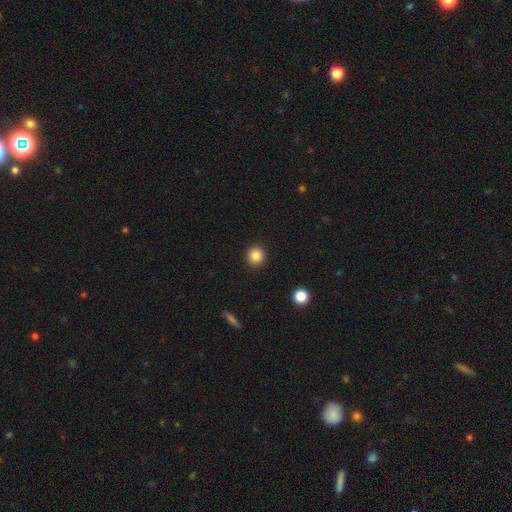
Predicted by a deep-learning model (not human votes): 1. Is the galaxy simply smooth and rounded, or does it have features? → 84% smooth, 11% star or artifact, 5% featured or disk.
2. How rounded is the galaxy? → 92% round, 7% in between, 1% cigar-shaped.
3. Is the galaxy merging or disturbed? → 92% none, 5% minor disturbance, 2% major disturbance, 1% merger.